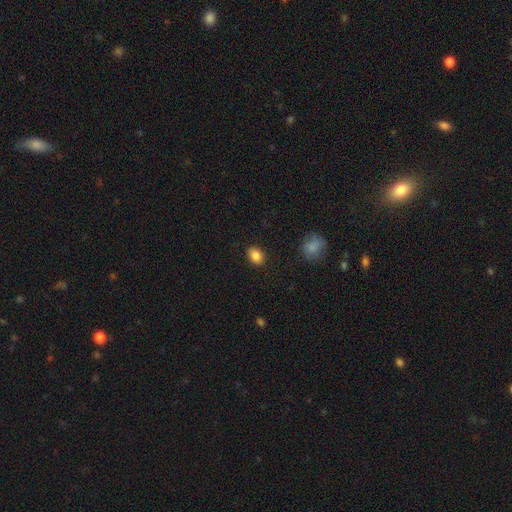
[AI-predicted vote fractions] Smooth or featured?
  - smooth: 85% *
  - star or artifact: 9%
  - featured or disk: 5%
How rounded?
  - in between: 72% *
  - round: 27%
  - cigar-shaped: 1%
Merging?
  - none: 87% *
  - minor disturbance: 9%
  - major disturbance: 2%
  - merger: 1%